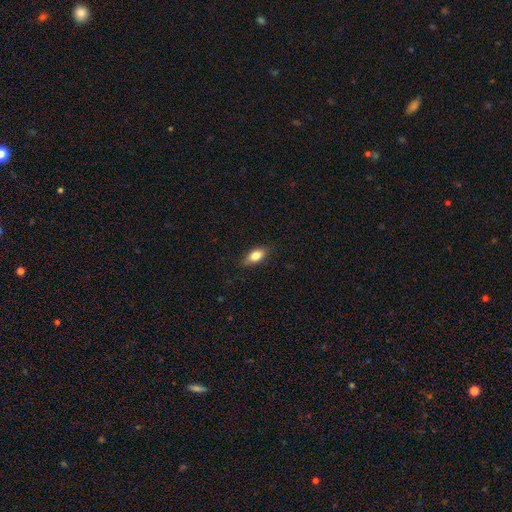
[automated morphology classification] Overall: smooth (81%). How rounded: in between (85%). Merging: none (82%).